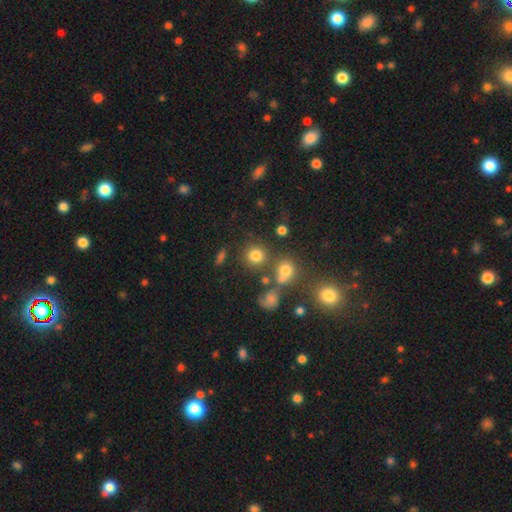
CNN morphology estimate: Smooth or featured? Predicted: smooth (p=0.76). How rounded? Predicted: round (p=0.88). Merging? Predicted: none (p=0.72).